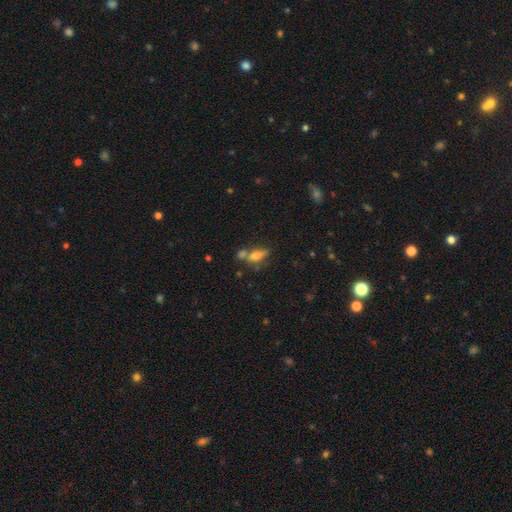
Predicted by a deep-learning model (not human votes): Morphology: type=smooth (64%); roundness=in between (68%); merging=none (47%).